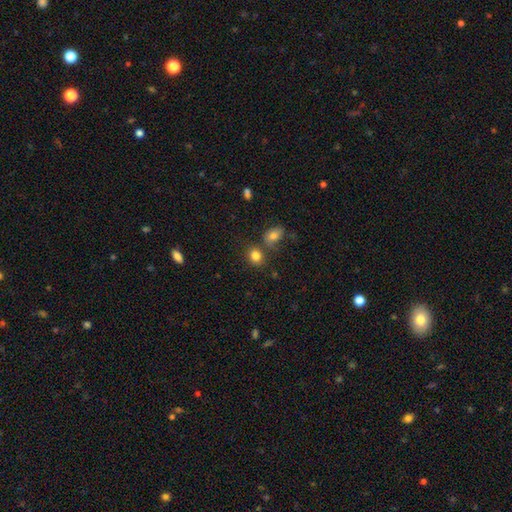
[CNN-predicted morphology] Q: Smooth or featured?
A: smooth (82%); runner-up: star or artifact (11%)
Q: How rounded?
A: round (62%); runner-up: in between (37%)
Q: Merging?
A: none (65%); runner-up: merger (20%)